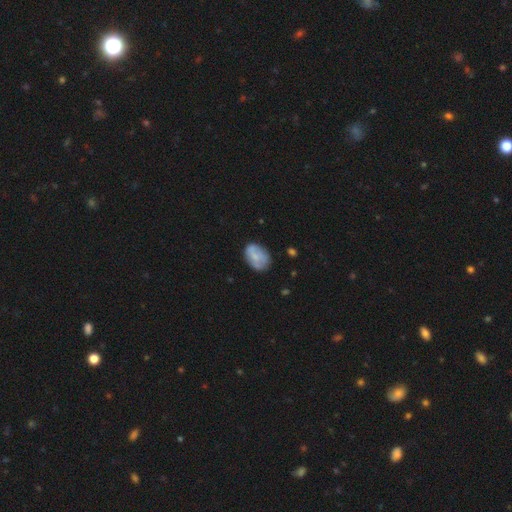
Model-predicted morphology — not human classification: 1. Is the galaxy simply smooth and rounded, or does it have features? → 64% smooth, 29% featured or disk, 7% star or artifact.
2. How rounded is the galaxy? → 82% in between, 16% round, 1% cigar-shaped.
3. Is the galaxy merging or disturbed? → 65% none, 25% minor disturbance, 7% major disturbance, 3% merger.